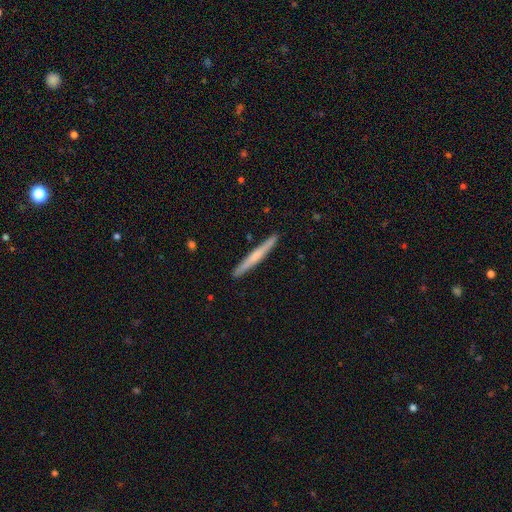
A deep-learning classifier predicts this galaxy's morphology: This appears to be a smooth galaxy with no disk features (51%) that is cigar-shaped (97%). Merging: none (92%).